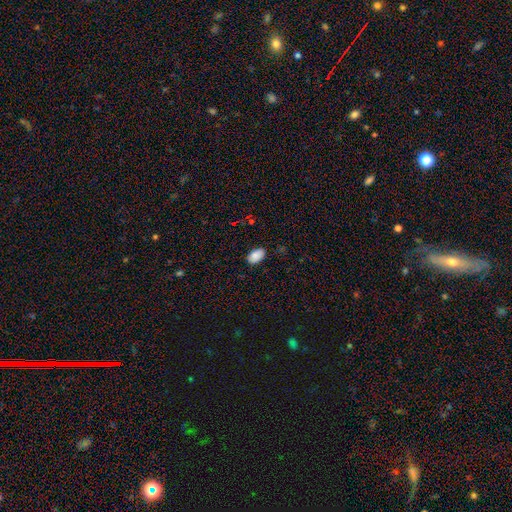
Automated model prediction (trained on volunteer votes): A smooth galaxy with no disk features (87%) that is in between round and cigar-shaped (94%).

Vote fractions:
- Smooth or featured? smooth: 87% / star or artifact: 8% / featured or disk: 6%
- How rounded? in between: 94% / round: 5% / cigar-shaped: 1%
- Merging? none: 81% / minor disturbance: 15% / major disturbance: 3% / merger: 1%